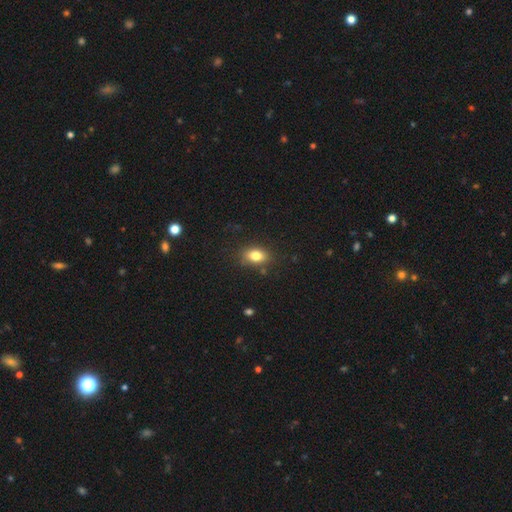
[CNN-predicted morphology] The model was most divided on "how rounded": in between: 79%, round: 19%, cigar-shaped: 2%. More confident: merging — none (81%); smooth or featured — smooth (80%).